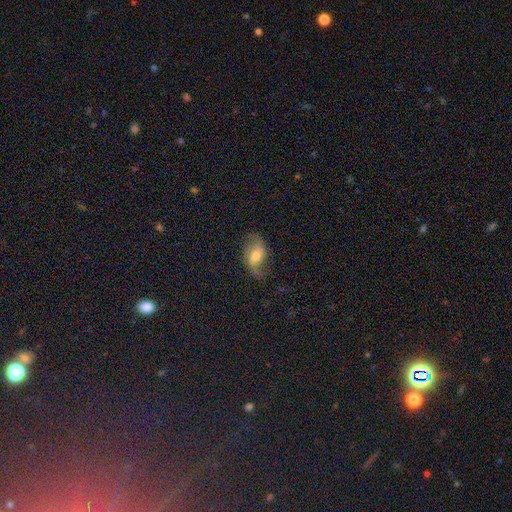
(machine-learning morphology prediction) smooth_or_featured: featured or disk (p=0.73) [alt: smooth p=0.19]
disk_edge_on: no (p=0.95) [alt: yes p=0.05]
bar: weak (p=0.45) [alt: no p=0.33]
has_spiral_arms: yes (p=0.92) [alt: no p=0.08]
spiral_winding: loose (p=0.72) [alt: medium p=0.22]
spiral_arm_count: 2 (p=0.88) [alt: 1 p=0.05]
bulge_size: moderate (p=0.61) [alt: small p=0.29]
merging: none (p=0.71) [alt: minor disturbance p=0.18]